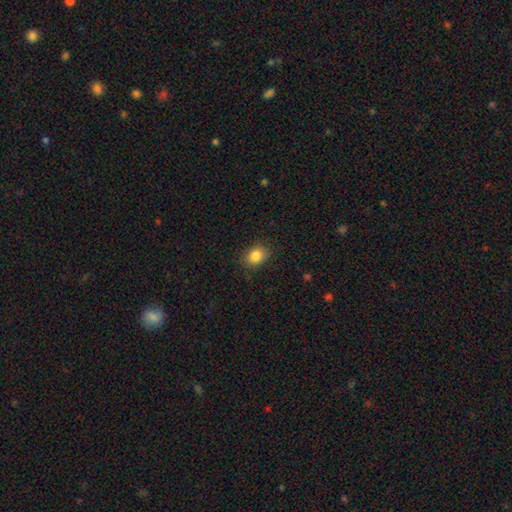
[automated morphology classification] Overall: smooth (86%). How rounded: in between (58%; round 41%). Merging: none (84%).